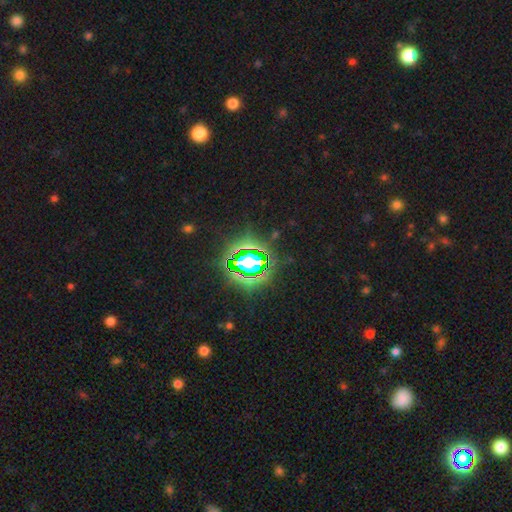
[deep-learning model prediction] Smooth or featured? Predicted: star or artifact (p=0.78).